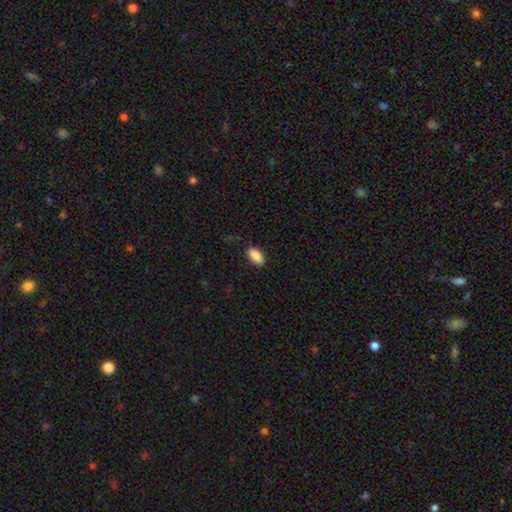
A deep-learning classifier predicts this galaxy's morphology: Q: Smooth or featured?
A: smooth (89%); runner-up: star or artifact (7%)
Q: How rounded?
A: in between (93%); runner-up: cigar-shaped (4%)
Q: Merging?
A: none (85%); runner-up: minor disturbance (12%)